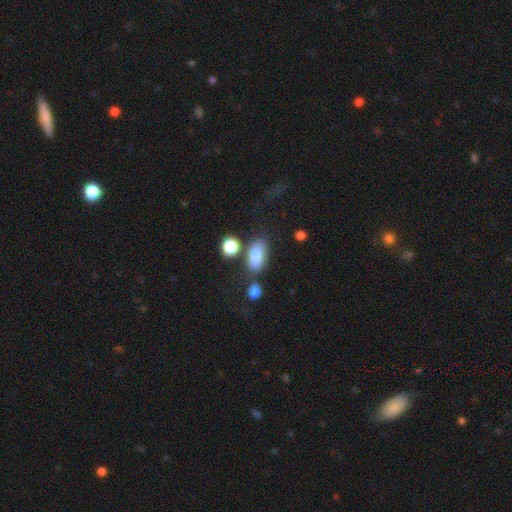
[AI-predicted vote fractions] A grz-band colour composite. It shows a smooth galaxy with no disk features (83%) that is in between round and cigar-shaped (89%). Merging: none (61%).